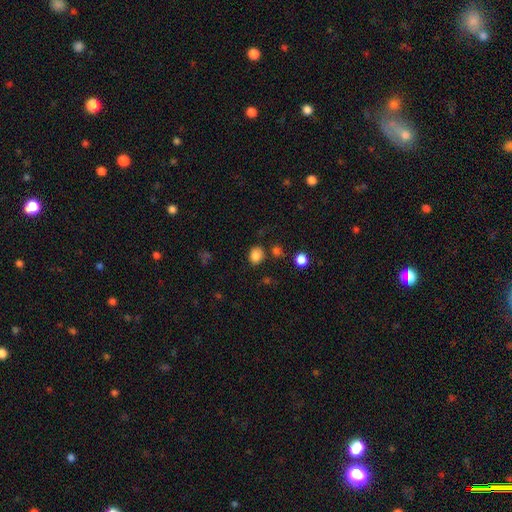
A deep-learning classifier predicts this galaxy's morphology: type=smooth (83%); roundness=round (58%); merging=none (76%).